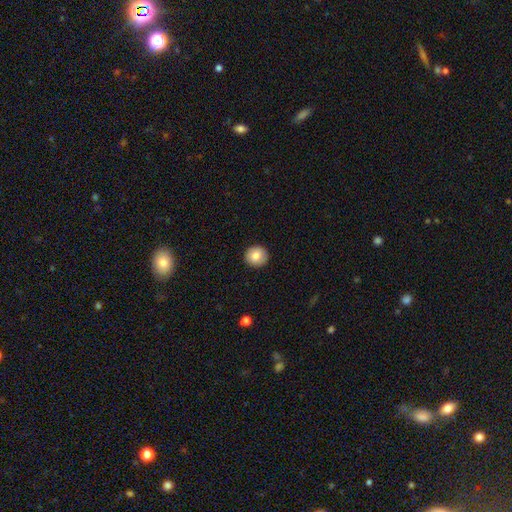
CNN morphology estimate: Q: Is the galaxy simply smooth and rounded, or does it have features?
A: smooth — 84%.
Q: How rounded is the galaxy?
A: round — 90%.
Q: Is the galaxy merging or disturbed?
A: none — 91%.